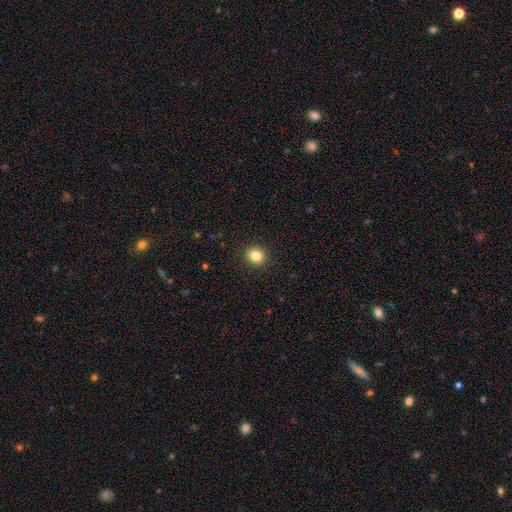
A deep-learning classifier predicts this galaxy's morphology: This is clearly a smooth galaxy (84%). How rounded: clearly round (84%). Merging: clearly none (92%).